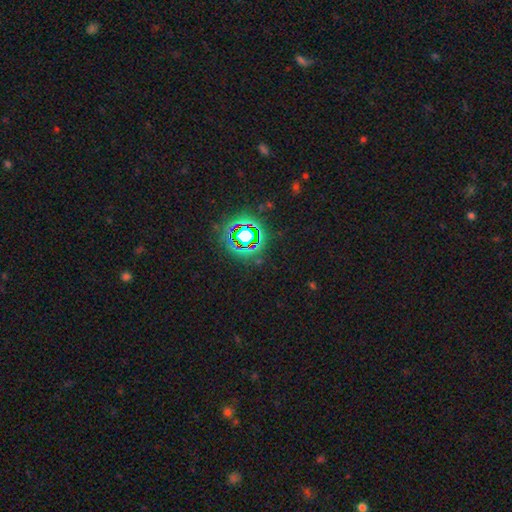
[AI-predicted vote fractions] smooth_or_featured: star or artifact (p=0.69) [alt: smooth p=0.21]